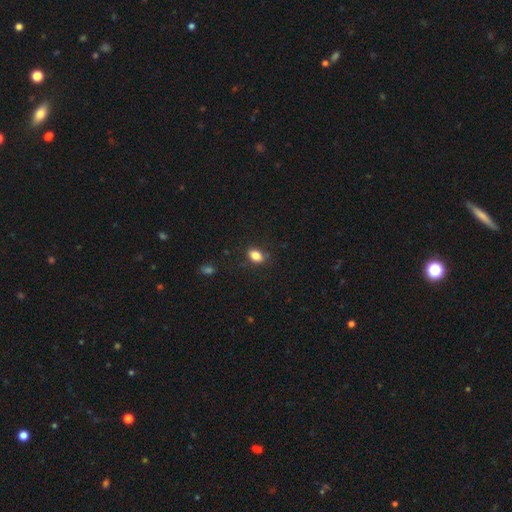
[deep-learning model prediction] Overall: smooth (84%). How rounded: in between (82%). Merging: none (82%).